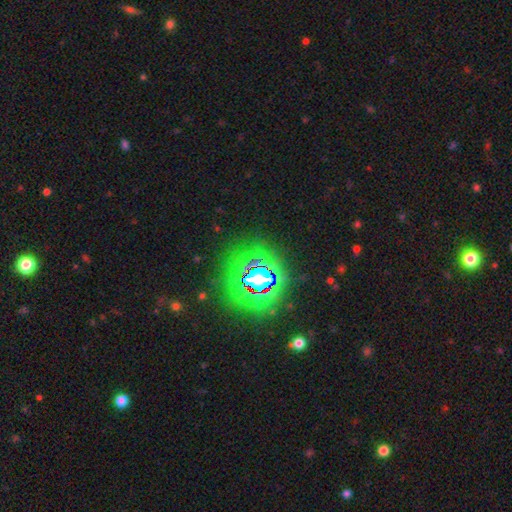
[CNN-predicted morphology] Smooth or featured: star or artifact — 84% (smooth — 10%)